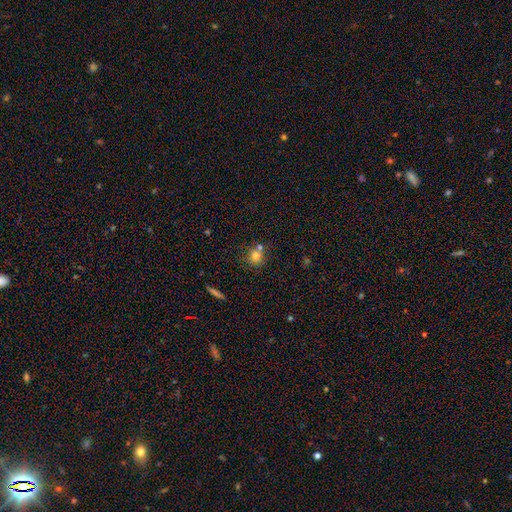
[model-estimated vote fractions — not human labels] This is likely a smooth galaxy (76%). How rounded: clearly round (84%). Merging: possibly none (55%).